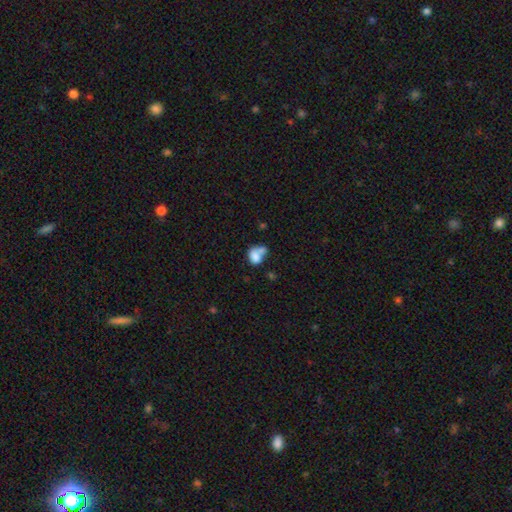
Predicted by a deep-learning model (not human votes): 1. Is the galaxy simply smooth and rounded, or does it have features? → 75% smooth, 15% featured or disk, 10% star or artifact.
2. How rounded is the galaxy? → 68% in between, 31% round, 1% cigar-shaped.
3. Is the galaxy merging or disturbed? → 56% merger, 21% none, 12% minor disturbance, 10% major disturbance.